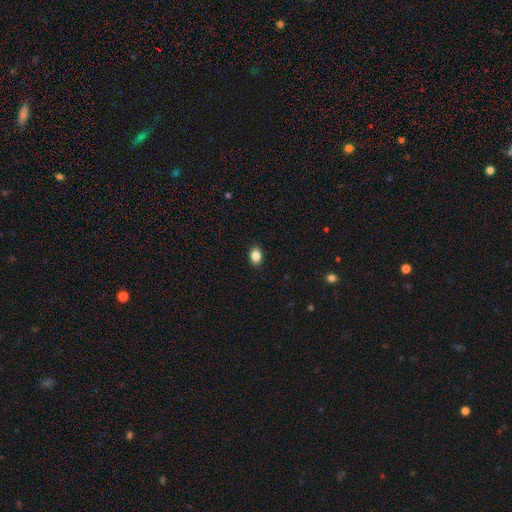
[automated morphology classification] smooth 86%, star or artifact 9%, featured or disk 5%. Down the decision tree: how rounded — in between (74%); merging — none (90%).